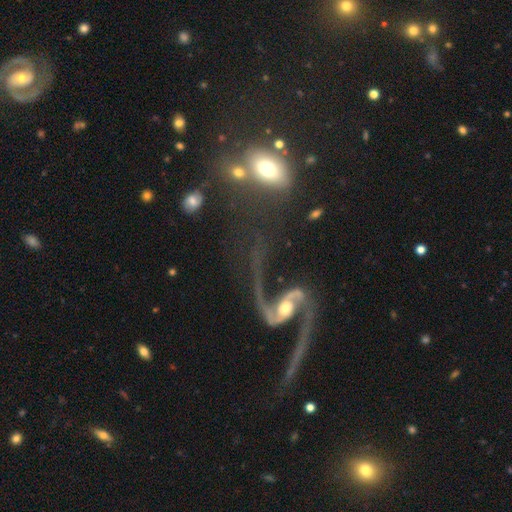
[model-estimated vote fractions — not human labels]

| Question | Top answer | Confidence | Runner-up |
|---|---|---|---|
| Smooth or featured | featured or disk | 85% | star or artifact (8%) |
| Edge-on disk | no | 94% | yes (6%) |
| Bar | weak | 38% | no (35%) |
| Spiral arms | yes | 94% | no (6%) |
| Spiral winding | loose | 76% | medium (19%) |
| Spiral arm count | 2 | 92% | 1 (4%) |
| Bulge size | small | 51% | moderate (36%) |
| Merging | none | 52% | major disturbance (19%) |